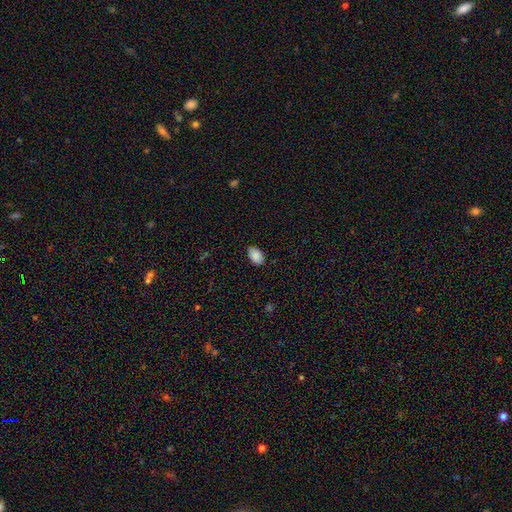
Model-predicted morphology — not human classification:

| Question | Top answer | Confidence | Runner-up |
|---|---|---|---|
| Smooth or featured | smooth | 89% | star or artifact (8%) |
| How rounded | in between | 89% | round (10%) |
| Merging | none | 83% | minor disturbance (13%) |